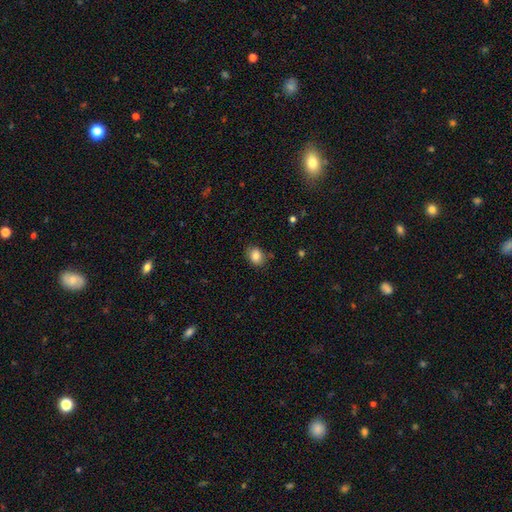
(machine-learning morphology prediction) smooth_or_featured: smooth (p=0.84) [alt: star or artifact p=0.09]
how_rounded: round (p=0.52) [alt: in between p=0.47]
merging: none (p=0.82) [alt: minor disturbance p=0.13]